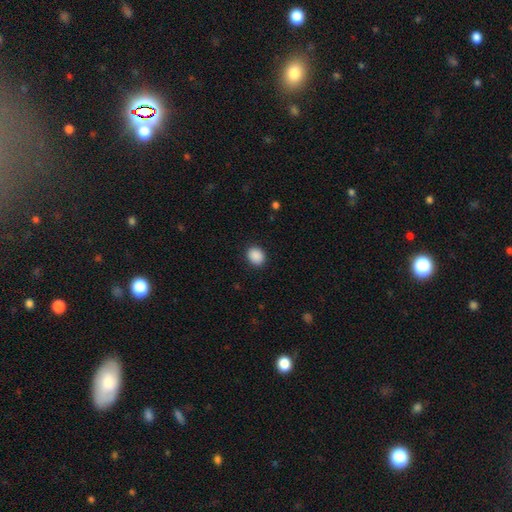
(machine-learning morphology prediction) The model was most divided on "how rounded": round: 58%, in between: 42%, cigar-shaped: 1%. More confident: merging — none (90%); smooth or featured — smooth (90%).